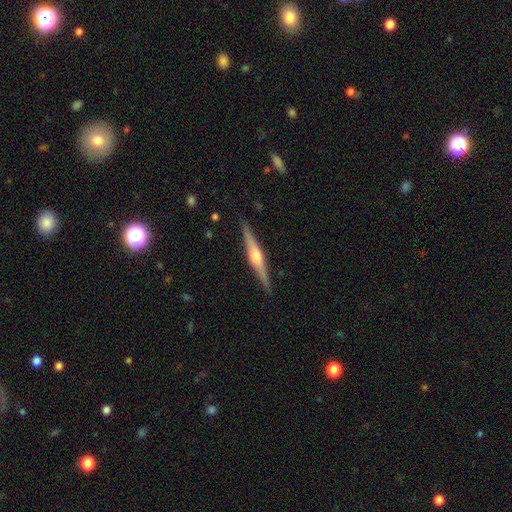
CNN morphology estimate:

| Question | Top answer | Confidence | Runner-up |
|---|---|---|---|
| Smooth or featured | featured or disk | 79% | smooth (16%) |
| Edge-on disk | yes | 98% | no (2%) |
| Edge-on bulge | rounded | 88% | boxy (9%) |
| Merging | none | 91% | minor disturbance (7%) |